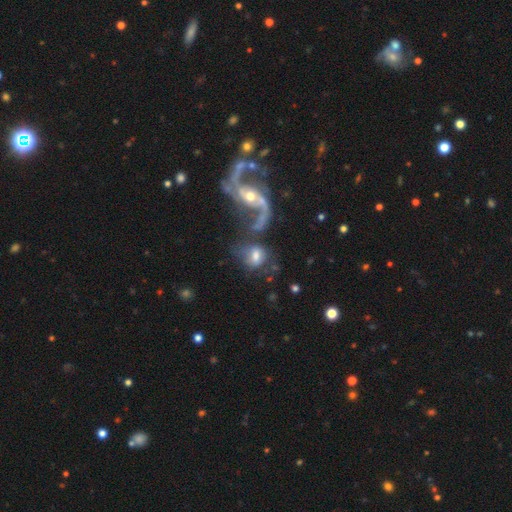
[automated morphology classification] This appears to be a smooth galaxy with no disk features (45%, tied with featured or disk). Merging: merger (38%).